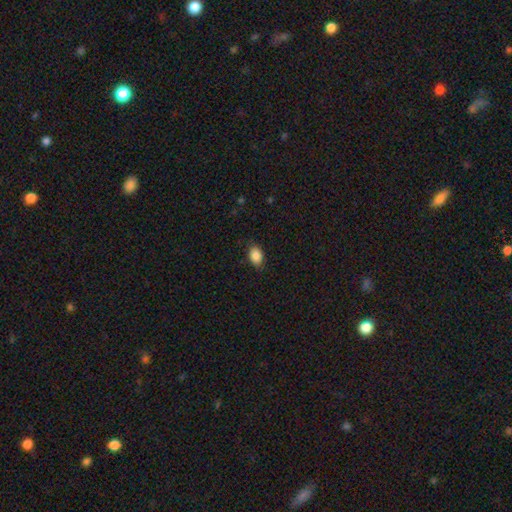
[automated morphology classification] This is clearly a smooth galaxy (88%). How rounded: clearly in between (84%). Merging: clearly none (85%).